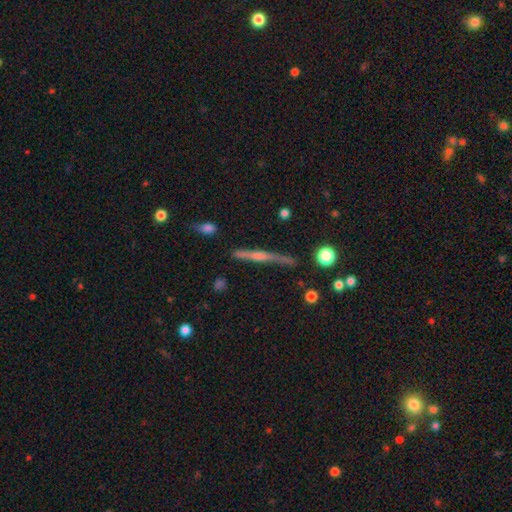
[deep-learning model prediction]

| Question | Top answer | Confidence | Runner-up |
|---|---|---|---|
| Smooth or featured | featured or disk | 65% | smooth (26%) |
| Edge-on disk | yes | 96% | no (4%) |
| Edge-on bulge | rounded | 61% | none (28%) |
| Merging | none | 75% | minor disturbance (17%) |